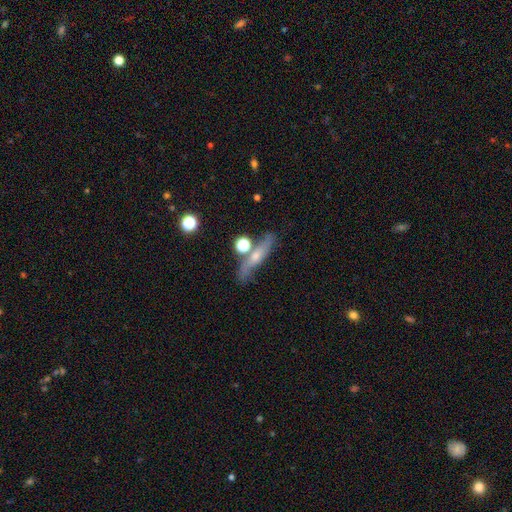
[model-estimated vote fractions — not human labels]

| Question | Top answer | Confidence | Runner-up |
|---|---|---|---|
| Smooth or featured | featured or disk | 53% | smooth (37%) |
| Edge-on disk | yes | 72% | no (28%) |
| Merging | none | 66% | minor disturbance (16%) |